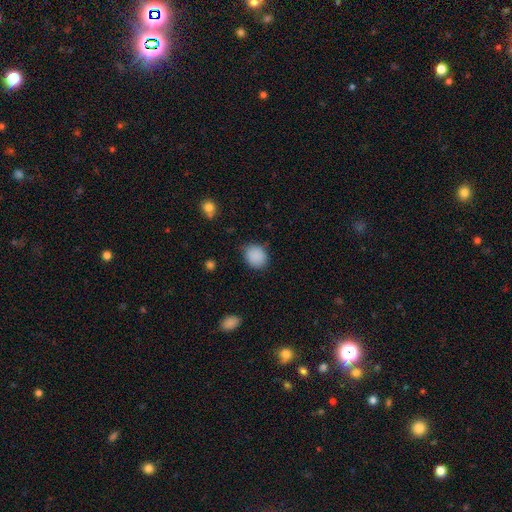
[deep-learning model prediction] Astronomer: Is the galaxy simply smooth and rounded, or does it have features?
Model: smooth — 88%.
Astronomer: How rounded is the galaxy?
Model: round — 65%.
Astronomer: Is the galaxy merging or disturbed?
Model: none — 79%.